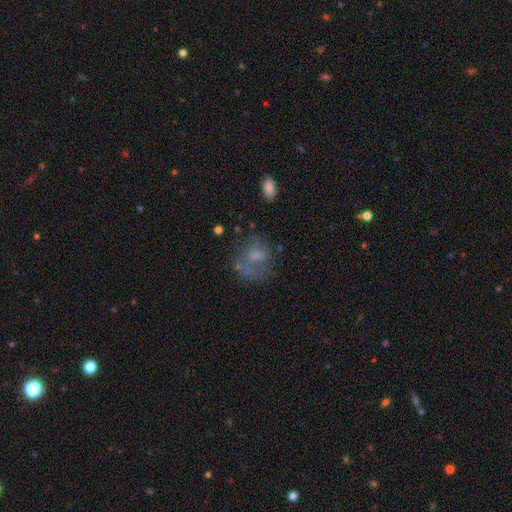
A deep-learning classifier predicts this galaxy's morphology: A smooth galaxy with no disk features (49%).

Vote fractions:
- Smooth or featured? smooth: 49% / featured or disk: 38% / star or artifact: 13%
- Merging? none: 46% / major disturbance: 27% / minor disturbance: 22% / merger: 6%